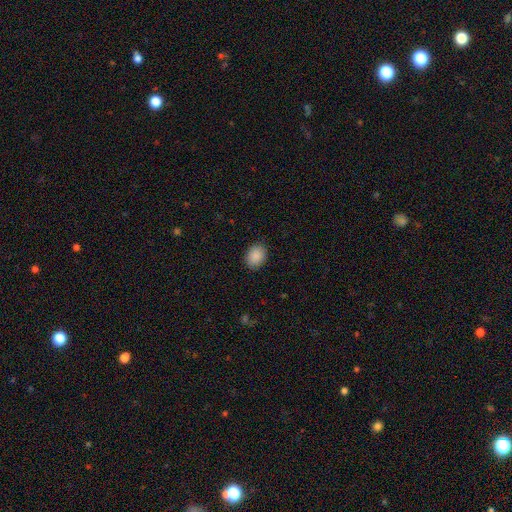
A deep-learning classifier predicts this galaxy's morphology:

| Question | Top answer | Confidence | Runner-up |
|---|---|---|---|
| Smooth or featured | smooth | 90% | star or artifact (8%) |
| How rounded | in between | 63% | round (36%) |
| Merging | none | 87% | minor disturbance (9%) |